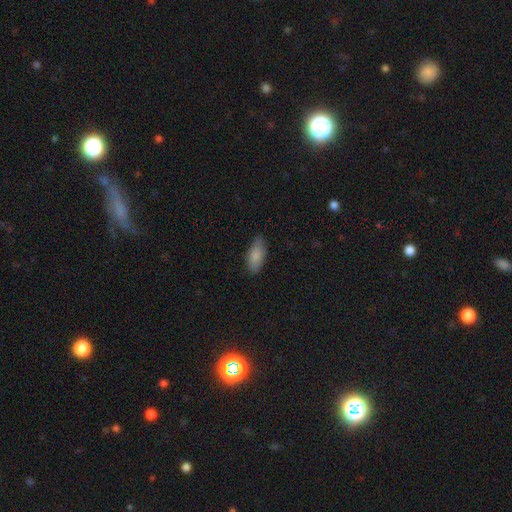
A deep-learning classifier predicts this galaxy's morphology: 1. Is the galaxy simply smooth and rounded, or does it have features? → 86% smooth, 8% featured or disk, 6% star or artifact.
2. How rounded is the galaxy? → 87% in between, 11% cigar-shaped, 2% round.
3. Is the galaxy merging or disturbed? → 78% none, 18% minor disturbance, 3% major disturbance, 1% merger.